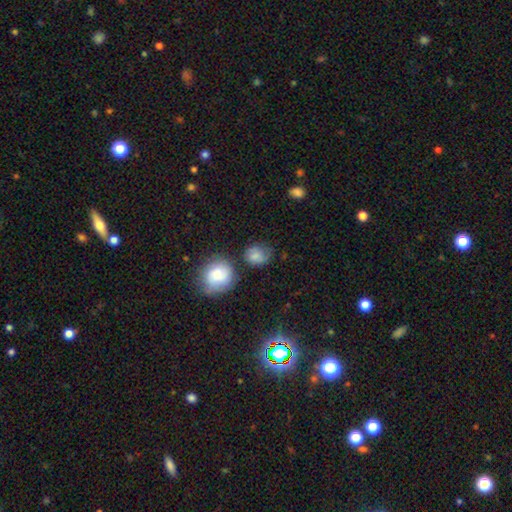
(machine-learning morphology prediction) smooth-or-featured: smooth: 75% | featured or disk: 15% | star or artifact: 10%
  how-rounded: round: 66% | in between: 33% | cigar-shaped: 1%
  merging: none: 55% | minor disturbance: 26% | merger: 10% | major disturbance: 10%